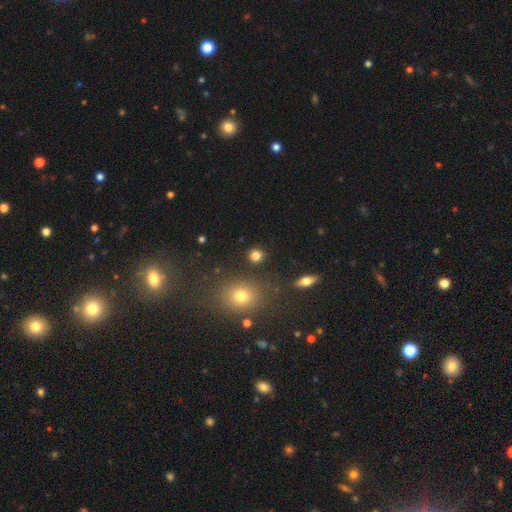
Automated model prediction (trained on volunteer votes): Morphology: type=smooth (81%); roundness=round (86%); merging=none (87%).